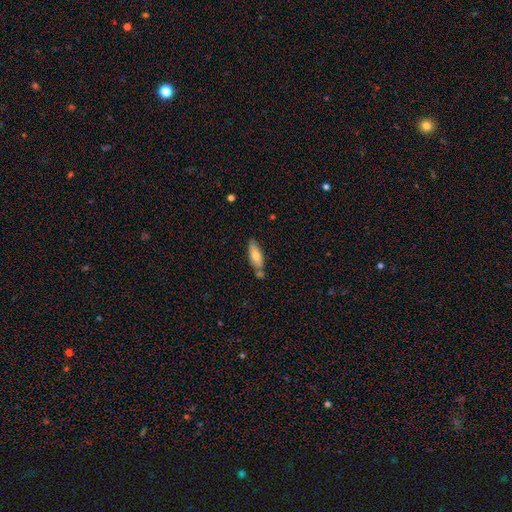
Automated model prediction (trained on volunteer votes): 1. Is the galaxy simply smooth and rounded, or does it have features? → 72% smooth, 22% featured or disk, 6% star or artifact.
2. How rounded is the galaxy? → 61% in between, 37% cigar-shaped, 2% round.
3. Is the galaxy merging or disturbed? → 62% none, 19% minor disturbance, 16% merger, 4% major disturbance.